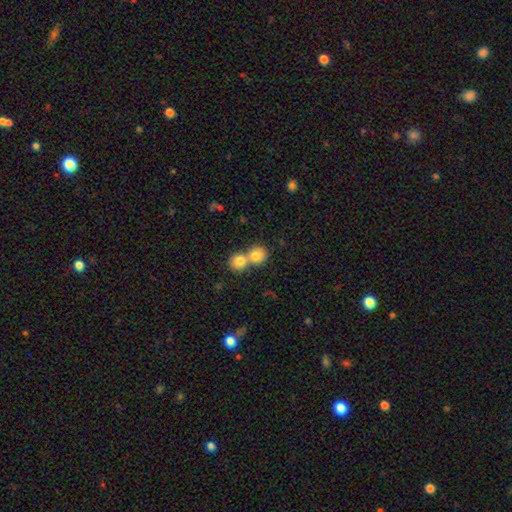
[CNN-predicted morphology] This appears to be a smooth galaxy with no disk features (80%) that is round (83%). Merging: merger (58%).